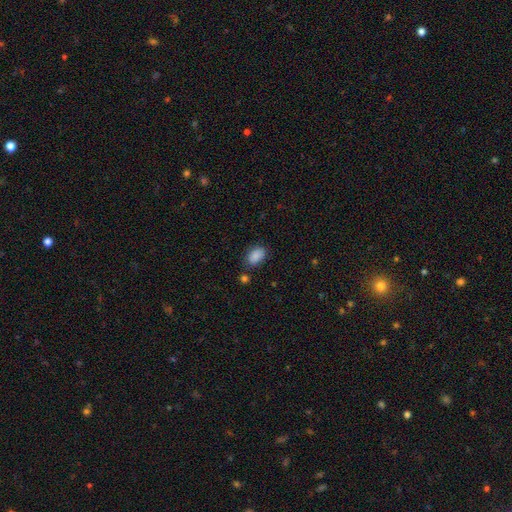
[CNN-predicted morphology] Smooth or featured?
  - smooth: 88% *
  - star or artifact: 8%
  - featured or disk: 4%
How rounded?
  - in between: 90% *
  - round: 9%
  - cigar-shaped: 1%
Merging?
  - none: 77% *
  - minor disturbance: 15%
  - merger: 5%
  - major disturbance: 4%